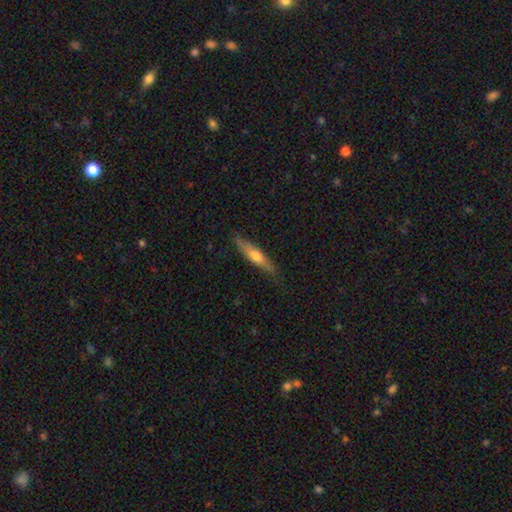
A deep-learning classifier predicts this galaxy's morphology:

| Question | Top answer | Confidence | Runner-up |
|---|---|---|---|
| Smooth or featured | smooth | 53% | featured or disk (41%) |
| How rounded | cigar-shaped | 81% | in between (17%) |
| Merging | none | 79% | minor disturbance (16%) |